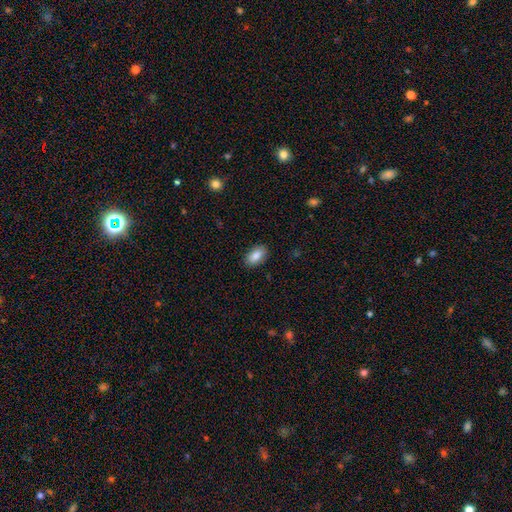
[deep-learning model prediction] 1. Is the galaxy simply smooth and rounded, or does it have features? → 85% smooth, 8% featured or disk, 7% star or artifact.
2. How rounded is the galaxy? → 93% in between, 5% round, 2% cigar-shaped.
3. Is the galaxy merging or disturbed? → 89% none, 8% minor disturbance, 2% major disturbance, 1% merger.